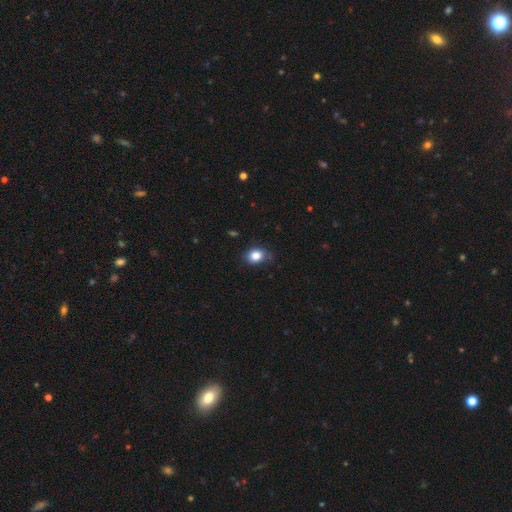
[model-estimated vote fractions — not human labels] A smooth galaxy with no disk features (84%) that is in between round and cigar-shaped (52%). Merging: none (74%).